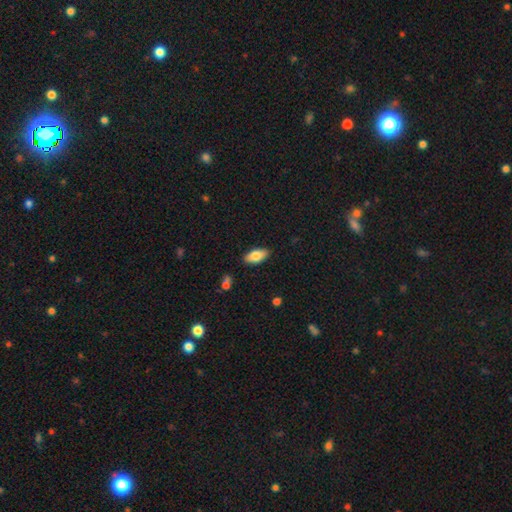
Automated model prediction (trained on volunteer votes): Smooth or featured? smooth (77%)
How rounded? in between (90%)
Merging? none (88%)